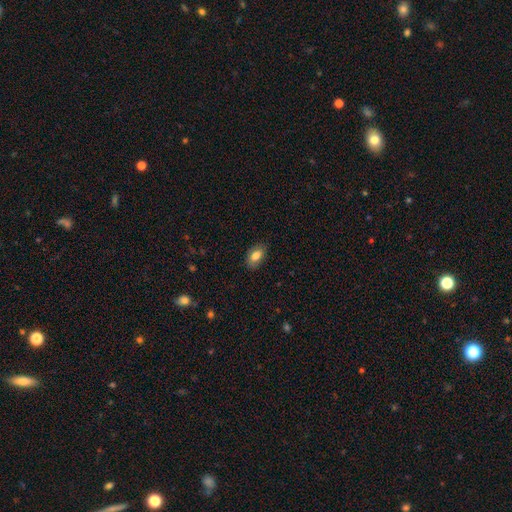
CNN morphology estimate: smooth_or_featured: smooth (p=0.81) [alt: featured or disk p=0.11]
how_rounded: in between (p=0.91) [alt: round p=0.07]
merging: none (p=0.83) [alt: minor disturbance p=0.13]